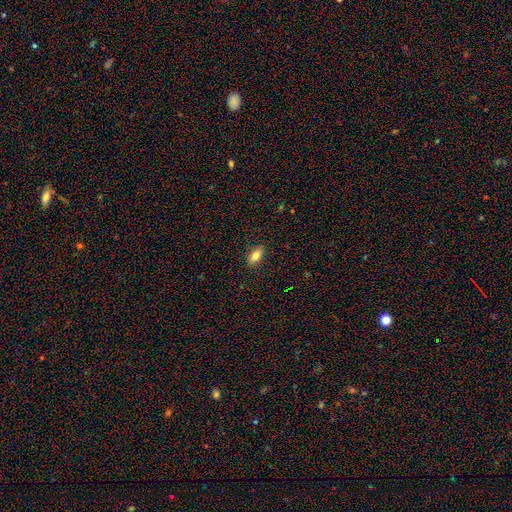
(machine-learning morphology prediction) A smooth galaxy with no disk features (80%) that is in between round and cigar-shaped (89%). Merging: none (88%).